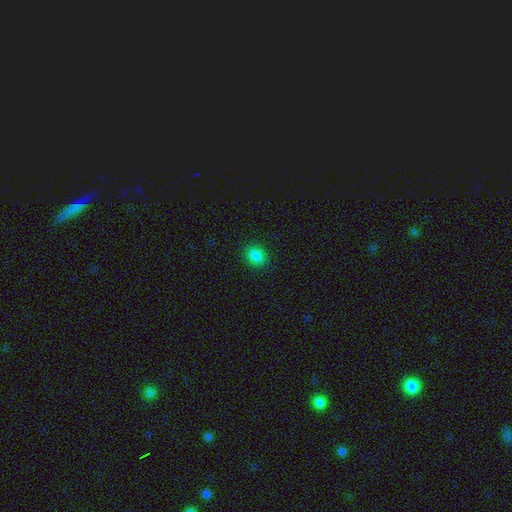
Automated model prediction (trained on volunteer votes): smooth_or_featured: smooth (p=0.85) [alt: star or artifact p=0.12]
how_rounded: round (p=0.55) [alt: in between p=0.44]
merging: none (p=0.90) [alt: minor disturbance p=0.07]